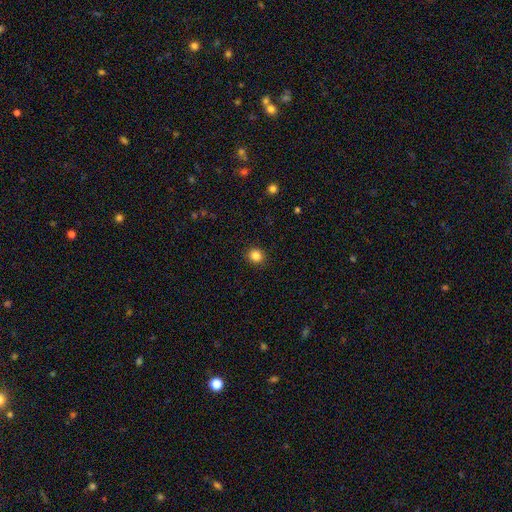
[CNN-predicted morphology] The model was most divided on "how rounded": round: 85%, in between: 14%, cigar-shaped: 1%. More confident: merging — none (91%); smooth or featured — smooth (85%).